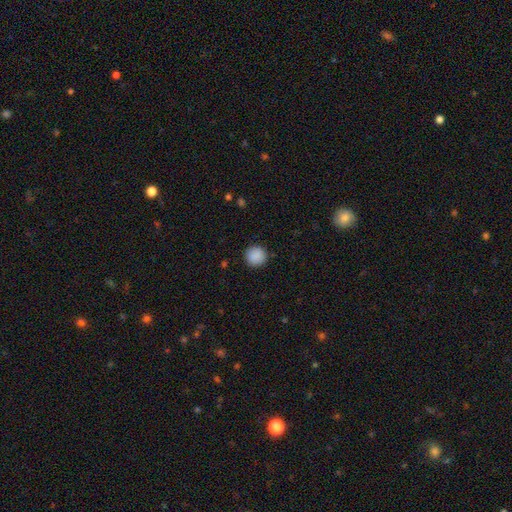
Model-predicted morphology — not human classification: smooth_or_featured: smooth (p=0.89) [alt: star or artifact p=0.08]
how_rounded: round (p=0.94) [alt: in between p=0.05]
merging: none (p=0.91) [alt: minor disturbance p=0.06]